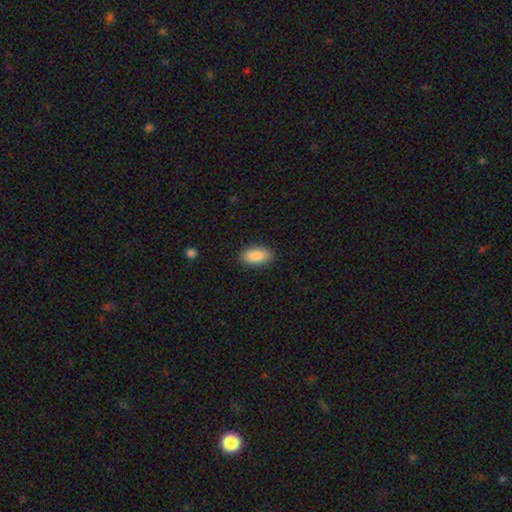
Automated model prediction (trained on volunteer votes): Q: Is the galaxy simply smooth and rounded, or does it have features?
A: smooth — 89%.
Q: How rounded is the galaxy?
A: in between — 91%.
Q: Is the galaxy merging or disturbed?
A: none — 88%.